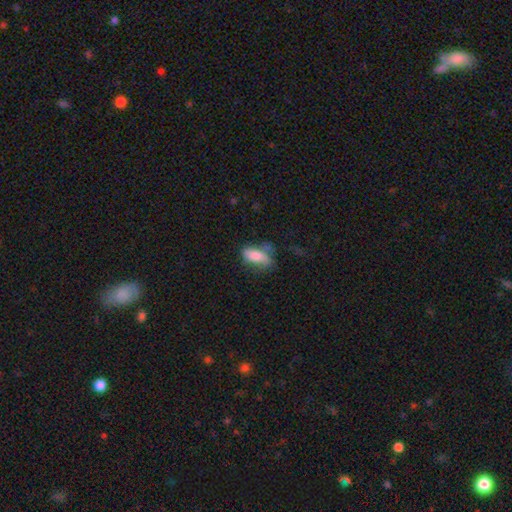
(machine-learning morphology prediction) This appears to be a smooth galaxy with no disk features (77%) that is in between round and cigar-shaped (86%). Merging: none (44%).